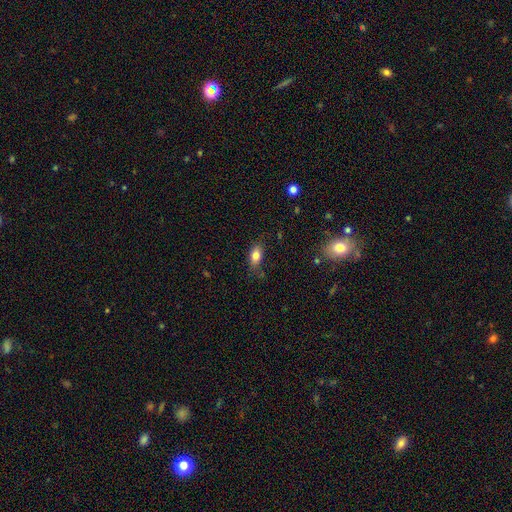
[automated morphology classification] A smooth galaxy with no disk features (81%) that is in between round and cigar-shaped (87%).

Vote fractions:
- Smooth or featured? smooth: 81% / featured or disk: 10% / star or artifact: 9%
- How rounded? in between: 87% / round: 7% / cigar-shaped: 6%
- Merging? none: 73% / minor disturbance: 20% / major disturbance: 5% / merger: 2%